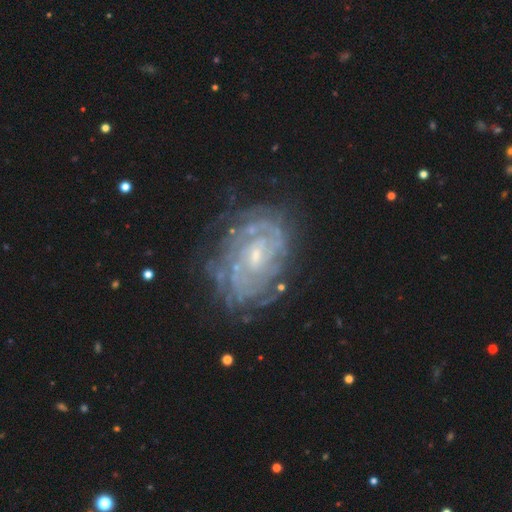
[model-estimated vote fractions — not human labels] Smooth or featured? Predicted: featured or disk (p=0.84). Edge-on disk? Predicted: no (p=0.97). Bar? Predicted: no (p=0.48). Spiral arms? Predicted: yes (p=0.92). Spiral winding? Predicted: tight (p=0.74). Spiral arm count? Predicted: can't tell (p=0.46). Bulge size? Predicted: small (p=0.70). Merging? Predicted: none (p=0.73).